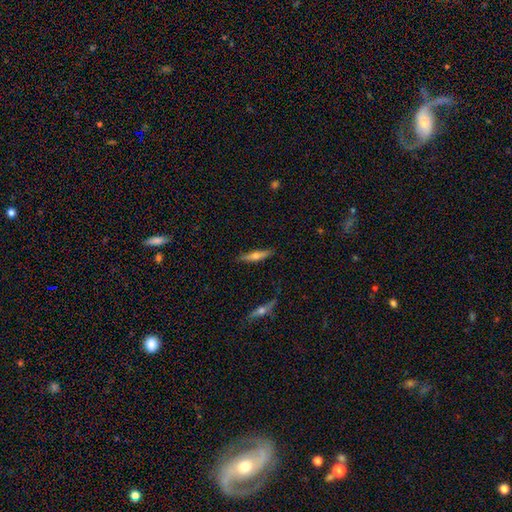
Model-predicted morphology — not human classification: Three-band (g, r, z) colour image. It shows a smooth galaxy with no disk features (47%, tied with featured or disk). Merging: none (84%).